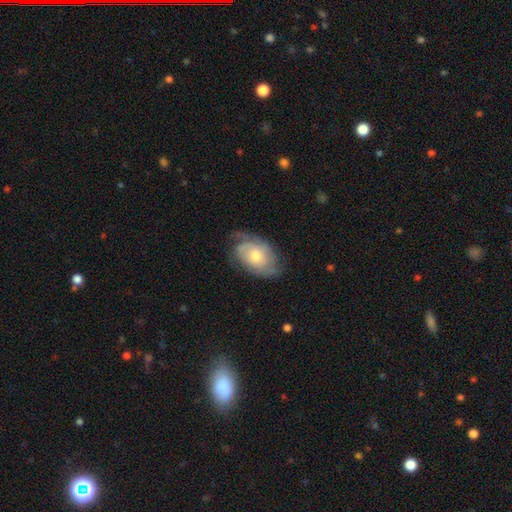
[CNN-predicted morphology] featured or disk 67%, smooth 26%, star or artifact 6%. Down the decision tree: edge-on disk — no (95%); bar — no (78%); spiral arms — yes (87%); spiral arm count — 2 (40%); spiral winding — tight (50%); bulge size — moderate (61%); merging — none (64%).